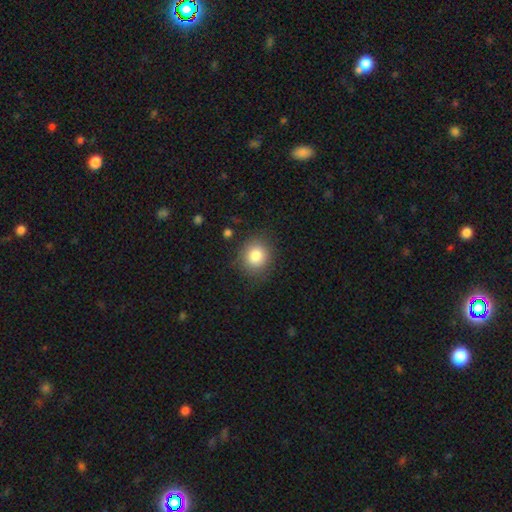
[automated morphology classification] type=smooth (83%); roundness=round (79%); merging=none (83%).